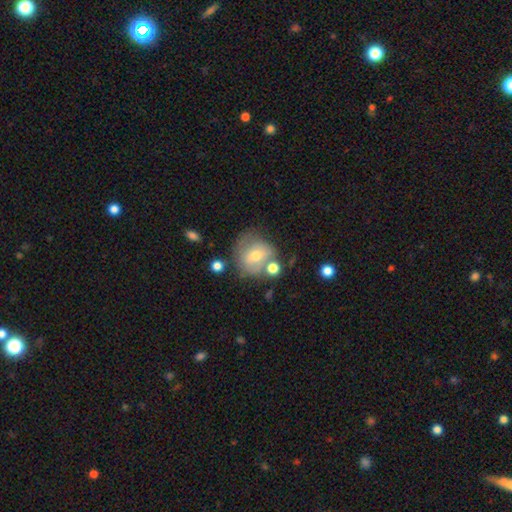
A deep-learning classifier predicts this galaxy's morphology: A smooth galaxy with no disk features (51%) that is round (76%). Merging: none (52%).